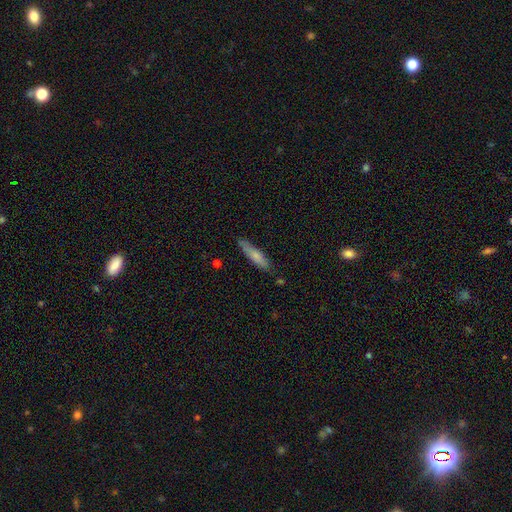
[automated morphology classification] This appears to be a smooth galaxy with no disk features (73%) that is cigar-shaped (83%). Merging: none (80%).